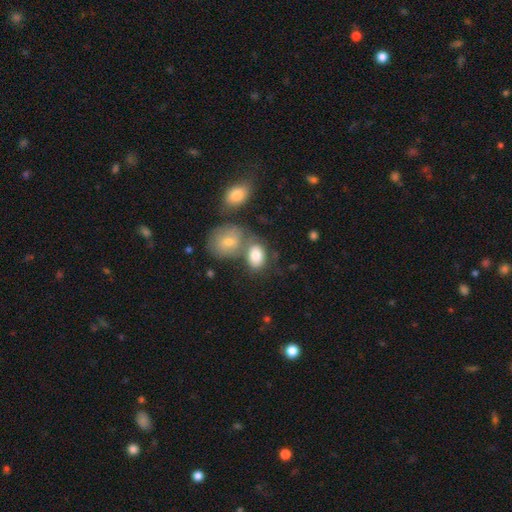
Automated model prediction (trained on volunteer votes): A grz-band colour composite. It shows a smooth galaxy with no disk features (77%) that is in between round and cigar-shaped (76%). Merging: none (43%).